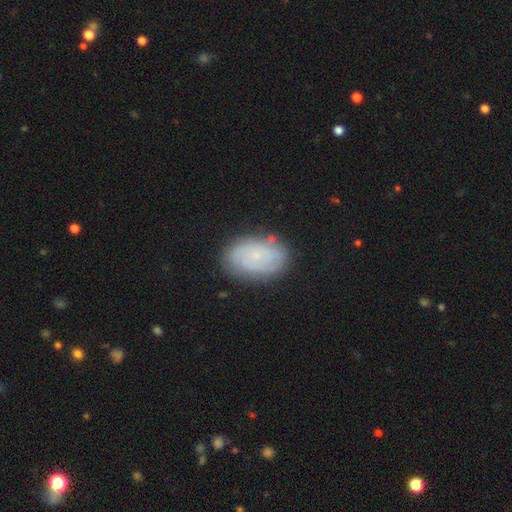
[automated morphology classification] featured or disk 58%, smooth 33%, star or artifact 9%. Down the decision tree: edge-on disk — no (96%); bar — no (77%); spiral arms — yes (84%); bulge size — small (79%); merging — none (78%).